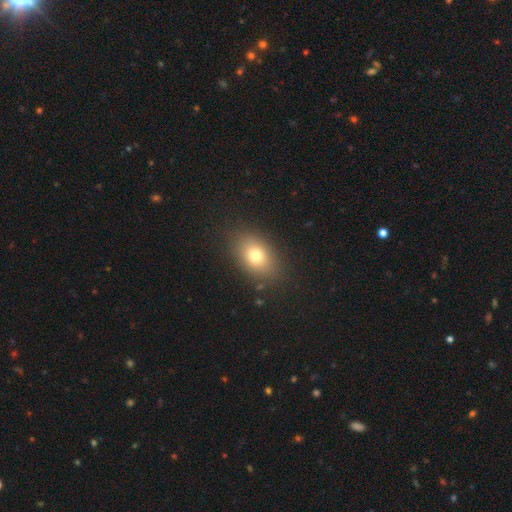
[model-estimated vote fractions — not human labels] Smooth or featured?
  - smooth: 76% *
  - featured or disk: 13%
  - star or artifact: 12%
How rounded?
  - in between: 78% *
  - round: 21%
  - cigar-shaped: 2%
Merging?
  - none: 86% *
  - minor disturbance: 9%
  - major disturbance: 4%
  - merger: 1%